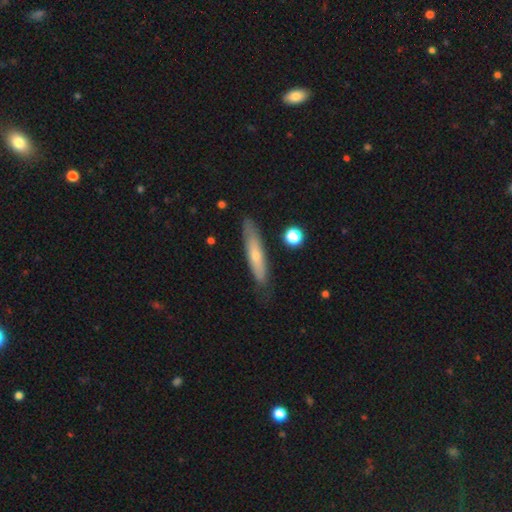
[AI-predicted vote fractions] smooth_or_featured: smooth (p=0.52) [alt: featured or disk p=0.42]
how_rounded: cigar-shaped (p=0.84) [alt: in between p=0.14]
merging: none (p=0.80) [alt: minor disturbance p=0.16]